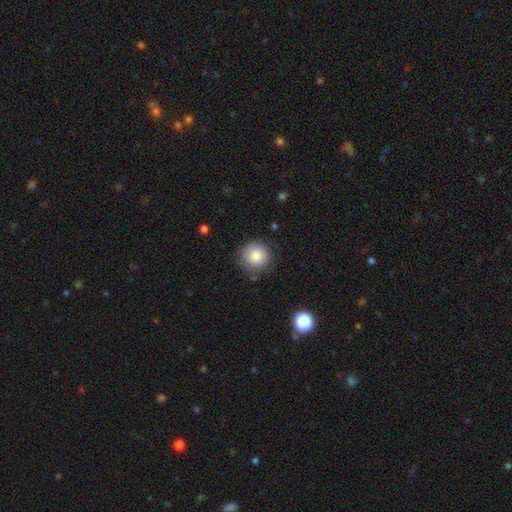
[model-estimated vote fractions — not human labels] This appears to be a smooth galaxy with no disk features (83%) that is round (93%). Merging: none (81%).